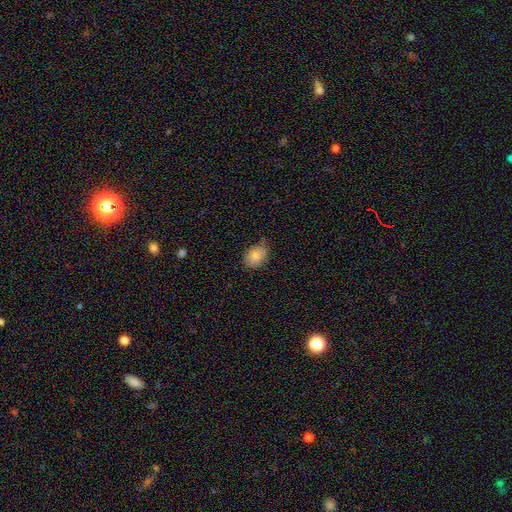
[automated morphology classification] Smooth or featured?
  - smooth: 84% *
  - featured or disk: 8%
  - star or artifact: 8%
How rounded?
  - in between: 70% *
  - round: 29%
  - cigar-shaped: 1%
Merging?
  - none: 64% *
  - minor disturbance: 30%
  - major disturbance: 5%
  - merger: 1%